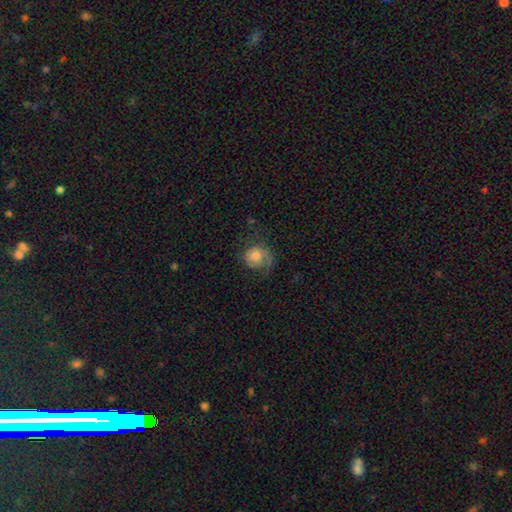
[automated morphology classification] type=smooth (56%); roundness=round (78%); merging=none (52%).